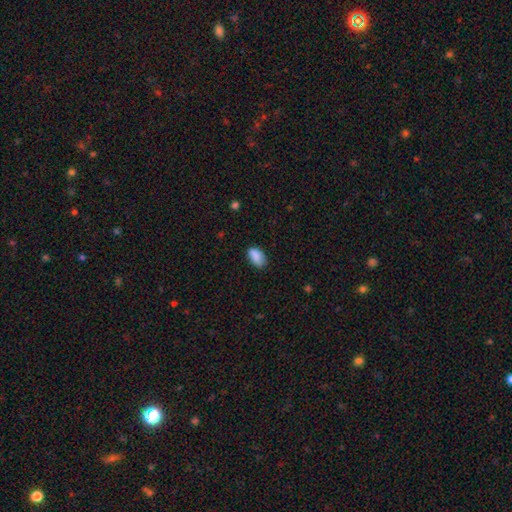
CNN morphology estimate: Smooth or featured? smooth (87%)
How rounded? in between (91%)
Merging? none (72%)